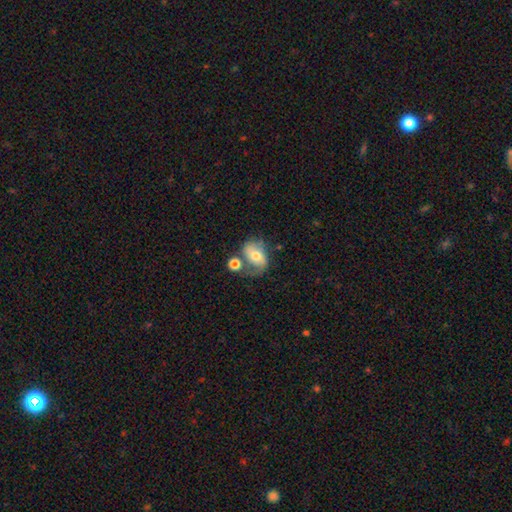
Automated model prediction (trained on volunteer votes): Smooth or featured?
  - featured or disk: 51% *
  - smooth: 41%
  - star or artifact: 9%
Edge-on disk?
  - no: 96% *
  - yes: 4%
Merging?
  - none: 45% *
  - minor disturbance: 21%
  - merger: 21%
  - major disturbance: 13%